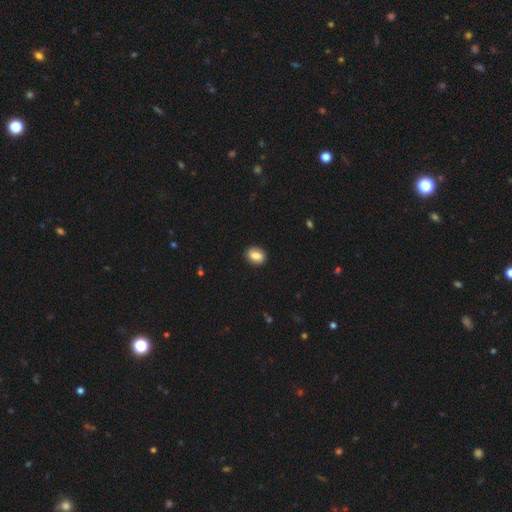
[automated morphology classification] This appears to be a smooth galaxy with no disk features (79%) that is in between round and cigar-shaped (63%). Merging: none (89%).